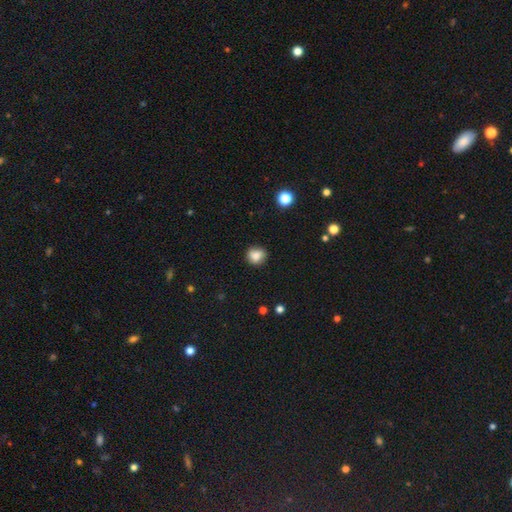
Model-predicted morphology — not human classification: This is clearly a smooth galaxy (83%). How rounded: likely round (75%). Merging: likely none (76%).